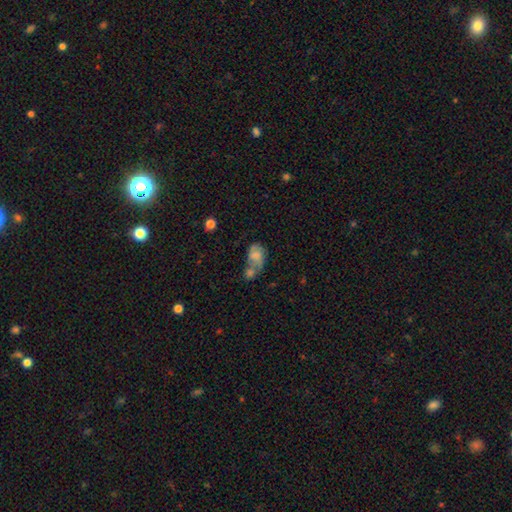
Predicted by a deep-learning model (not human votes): Smooth or featured: smooth — 59% (featured or disk — 30%)
How rounded: in between — 85% (round — 13%)
Merging: merger — 51% (none — 19%)